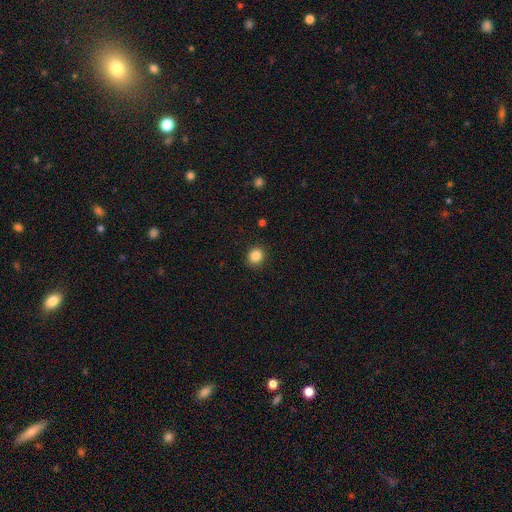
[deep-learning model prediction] Smooth or featured: smooth — 85% (star or artifact — 11%)
How rounded: round — 83% (in between — 16%)
Merging: none — 90% (minor disturbance — 7%)